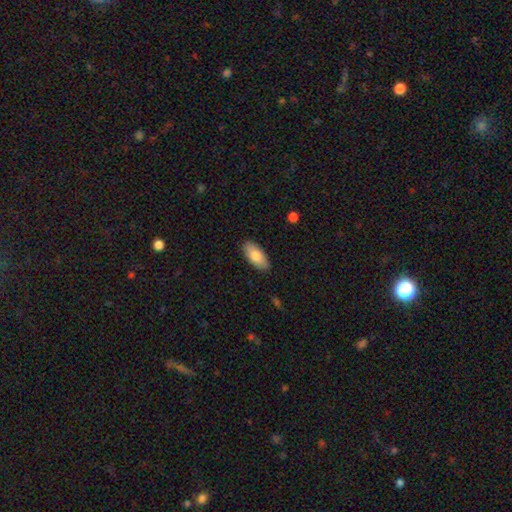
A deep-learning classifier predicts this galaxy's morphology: Overall: smooth (81%). How rounded: in between (91%). Merging: none (87%).